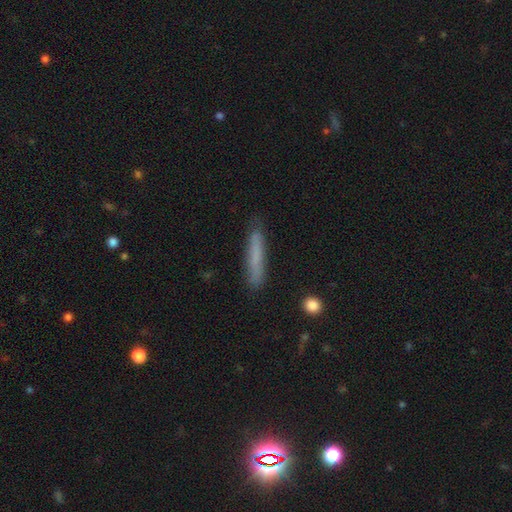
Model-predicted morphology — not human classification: smooth 72%, featured or disk 21%, star or artifact 7%. Down the decision tree: how rounded — cigar-shaped (94%); merging — none (84%).